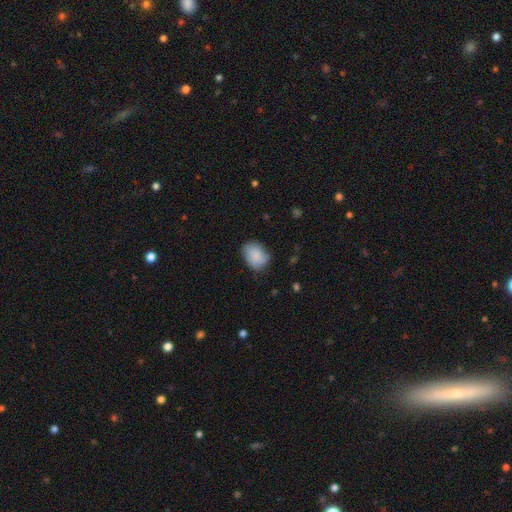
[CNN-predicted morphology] Smooth or featured? smooth (82%)
How rounded? in between (64%)
Merging? none (66%)